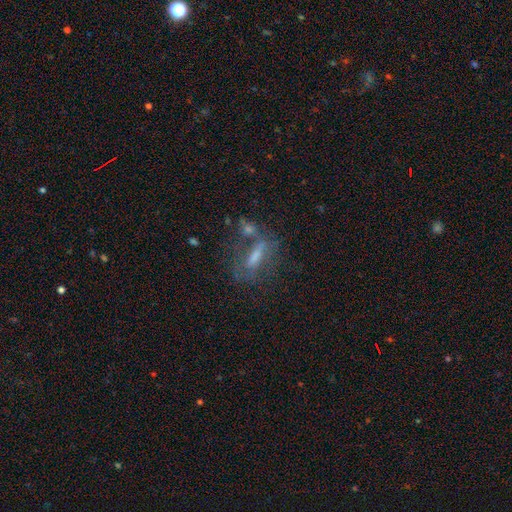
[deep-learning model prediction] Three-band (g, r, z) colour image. It shows a featured or disk galaxy (43%). Merging: none (46%).